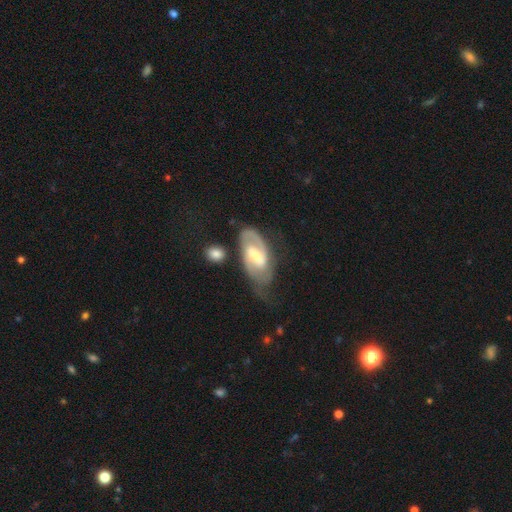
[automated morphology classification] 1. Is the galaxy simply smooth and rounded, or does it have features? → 80% featured or disk, 15% smooth, 5% star or artifact.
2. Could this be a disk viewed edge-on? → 95% no, 5% yes.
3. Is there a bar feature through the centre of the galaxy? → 51% weak, 35% strong, 14% no.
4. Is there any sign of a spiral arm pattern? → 93% yes, 7% no.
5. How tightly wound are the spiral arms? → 48% medium, 34% tight, 18% loose.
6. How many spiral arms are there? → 78% 2, 10% can't tell, 8% 1, 2% 3, 1% 4, 1% more than 4.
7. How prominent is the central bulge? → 52% moderate, 37% small, 7% large, 3% none, 1% dominant.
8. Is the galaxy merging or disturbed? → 52% none, 25% minor disturbance, 17% major disturbance, 6% merger.